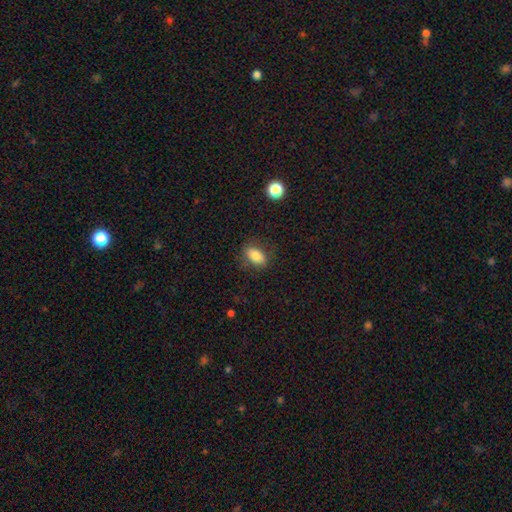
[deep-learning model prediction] smooth 81%, featured or disk 10%, star or artifact 9%. Down the decision tree: how rounded — in between (88%); merging — none (79%).